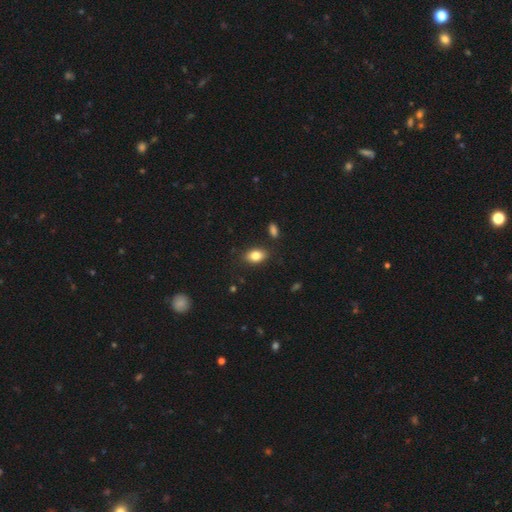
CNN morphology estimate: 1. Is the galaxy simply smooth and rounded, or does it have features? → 83% smooth, 9% featured or disk, 8% star or artifact.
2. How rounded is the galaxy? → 85% in between, 13% round, 2% cigar-shaped.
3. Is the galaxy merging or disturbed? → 84% none, 11% minor disturbance, 3% merger, 3% major disturbance.